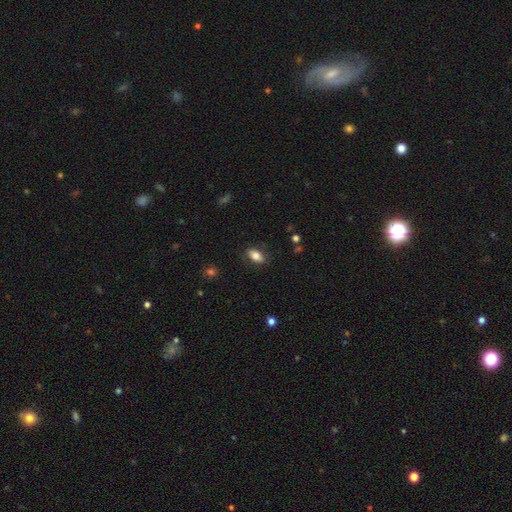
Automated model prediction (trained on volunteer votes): A smooth galaxy with no disk features (81%) that is in between round and cigar-shaped (89%). Merging: none (82%).